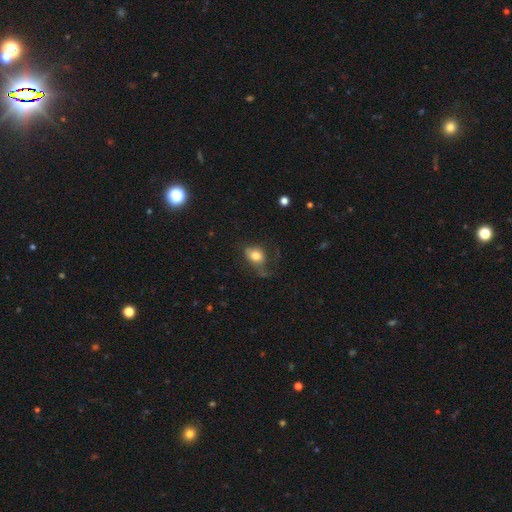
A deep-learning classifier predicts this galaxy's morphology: Overall: smooth (73%). How rounded: in between (66%; round 32%). Merging: none (38%; major disturbance 35%).